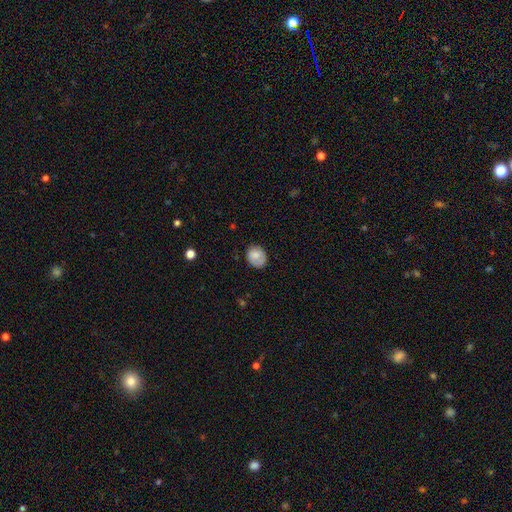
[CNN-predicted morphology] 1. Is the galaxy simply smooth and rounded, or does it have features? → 80% smooth, 12% featured or disk, 8% star or artifact.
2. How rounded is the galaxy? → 61% round, 38% in between, 1% cigar-shaped.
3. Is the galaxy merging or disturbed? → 72% none, 22% minor disturbance, 5% major disturbance, 1% merger.